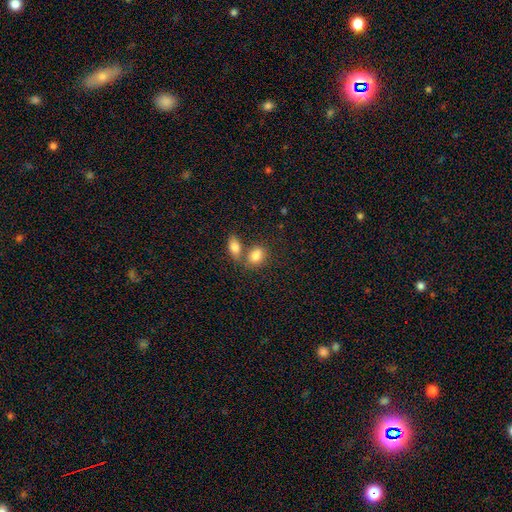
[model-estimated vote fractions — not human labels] This is clearly a smooth galaxy (83%). How rounded: likely in between (78%). Merging: marginally merger (44%).